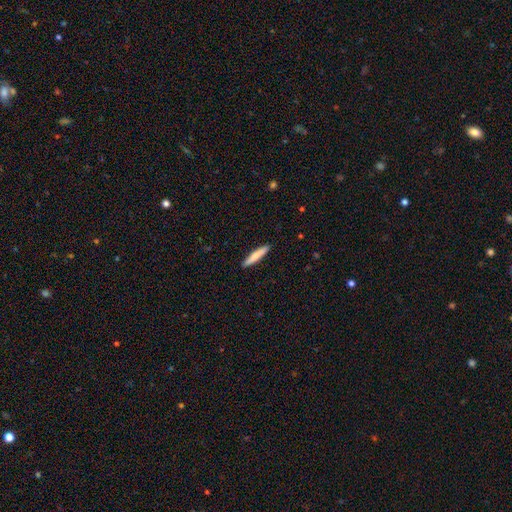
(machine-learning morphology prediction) The model was most divided on "smooth or featured": smooth: 77%, featured or disk: 18%, star or artifact: 5%. More confident: merging — none (91%); how rounded — cigar-shaped (91%).